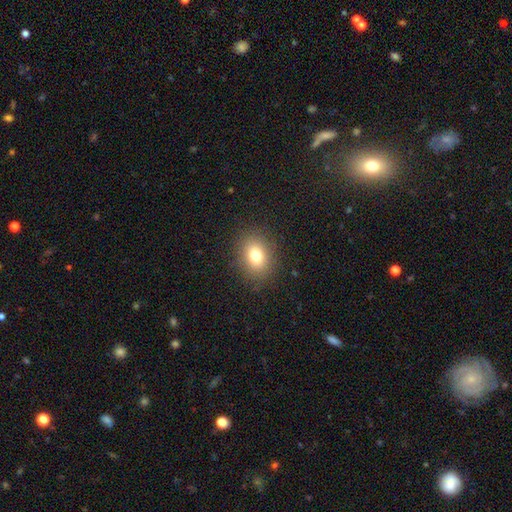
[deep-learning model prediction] This appears to be a smooth galaxy with no disk features (78%) that is in between round and cigar-shaped (51%). Merging: none (87%).